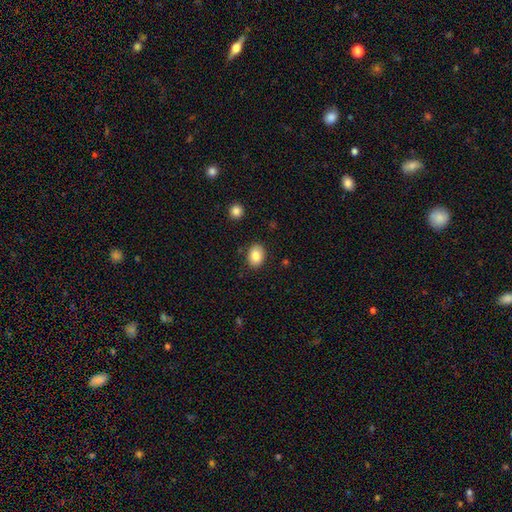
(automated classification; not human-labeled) Smooth or featured? smooth (84%)
How rounded? in between (67%)
Merging? none (86%)